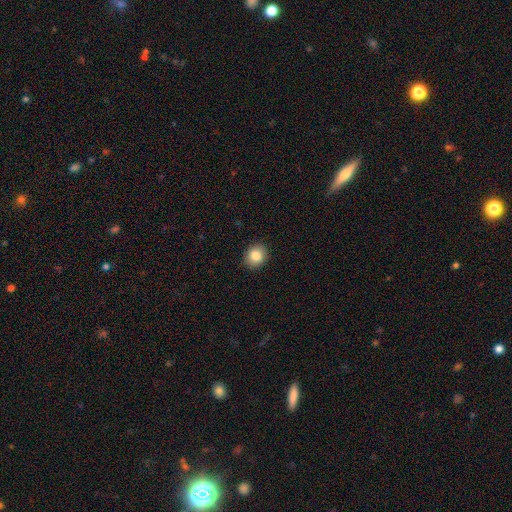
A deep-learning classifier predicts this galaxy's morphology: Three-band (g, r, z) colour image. It shows a smooth galaxy with no disk features (84%) that is round (67%). Merging: none (91%).